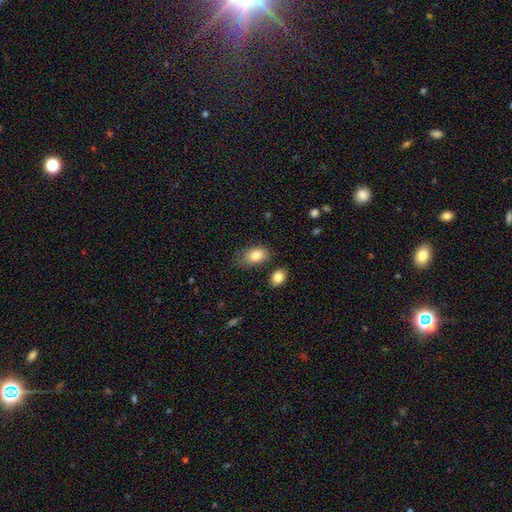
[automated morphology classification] A smooth galaxy with no disk features (84%) that is in between round and cigar-shaped (86%). Merging: none (66%).